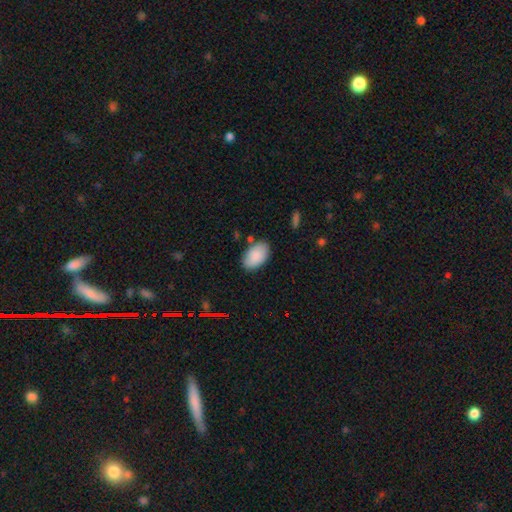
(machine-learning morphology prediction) Smooth or featured: smooth — 88% (featured or disk — 6%)
How rounded: in between — 92% (round — 7%)
Merging: none — 81% (minor disturbance — 13%)